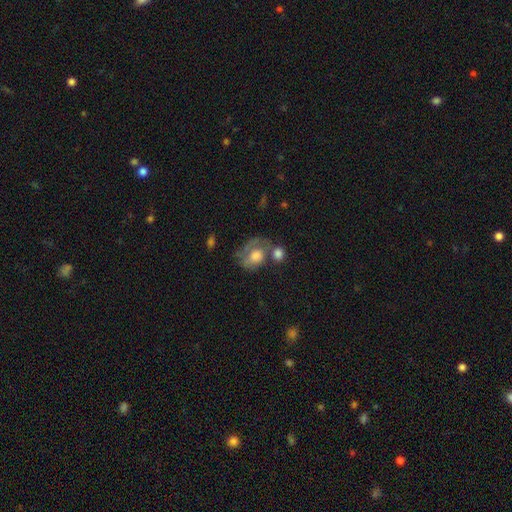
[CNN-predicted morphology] Smooth or featured? Predicted: smooth (p=0.51). How rounded? Predicted: in between (p=0.53). Merging? Predicted: none (p=0.30).